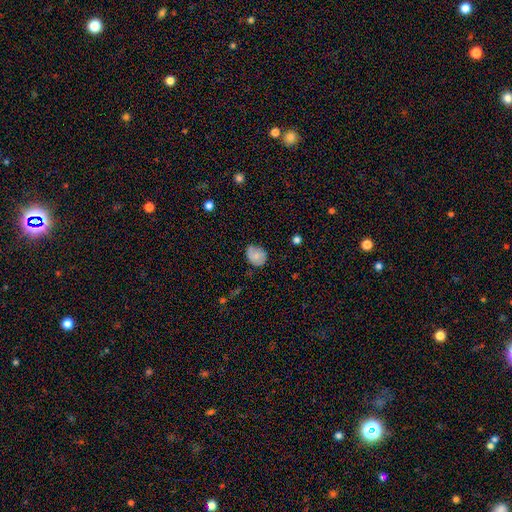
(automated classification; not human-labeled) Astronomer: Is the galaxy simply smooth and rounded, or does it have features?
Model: smooth — 67%.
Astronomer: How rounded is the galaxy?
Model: round — 56% (runner-up: in between, 43%).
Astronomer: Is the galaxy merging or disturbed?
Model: none — 59%.